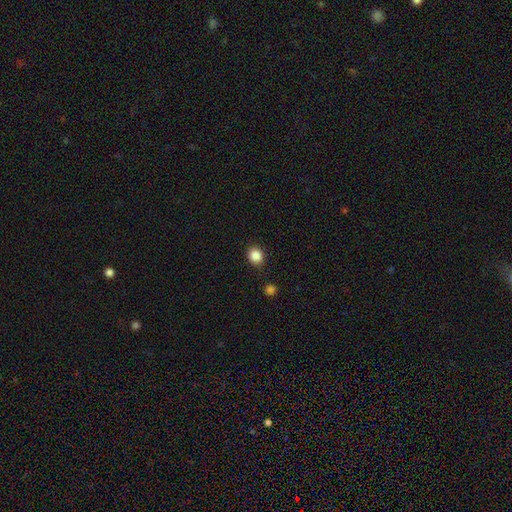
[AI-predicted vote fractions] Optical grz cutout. It shows a smooth galaxy with no disk features (87%) that is round (75%). Merging: none (87%).